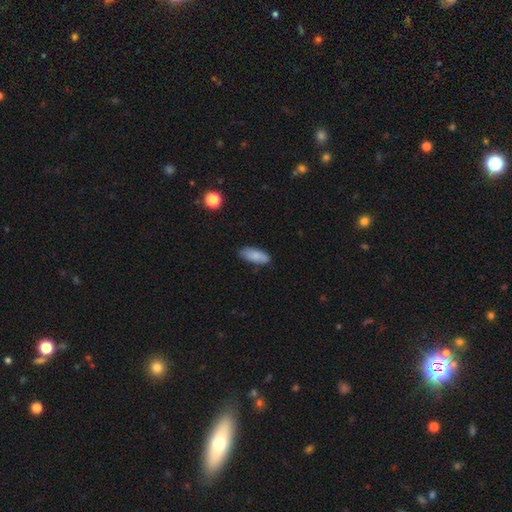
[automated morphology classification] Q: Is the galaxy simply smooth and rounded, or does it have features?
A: smooth — 82%.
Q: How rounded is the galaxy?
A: in between — 82%.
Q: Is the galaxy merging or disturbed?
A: none — 80%.